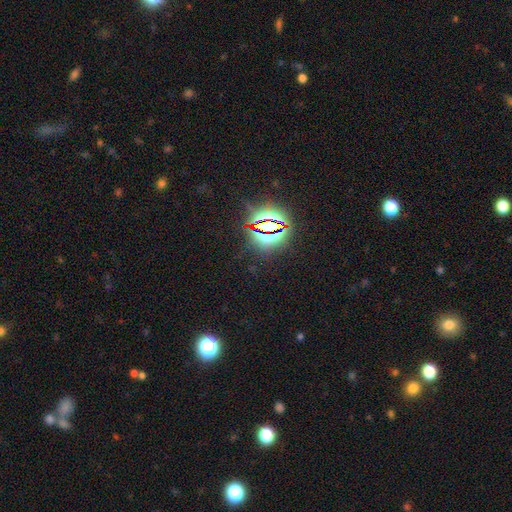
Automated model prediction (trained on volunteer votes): star or artifact 81%, smooth 12%, featured or disk 7%.